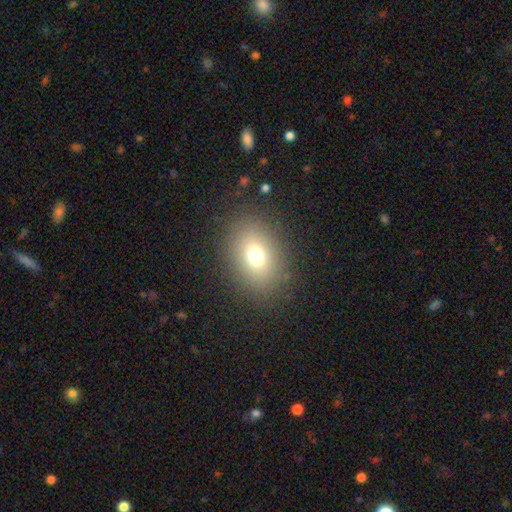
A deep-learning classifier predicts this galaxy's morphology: A smooth galaxy with no disk features (71%) that is in between round and cigar-shaped (62%). Merging: none (85%).